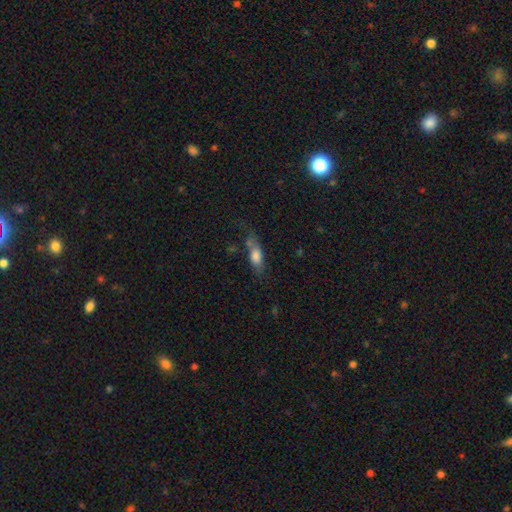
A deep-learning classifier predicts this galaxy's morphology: This appears to be a smooth galaxy with no disk features (72%) that is in between round and cigar-shaped (66%). Merging: none (46%).